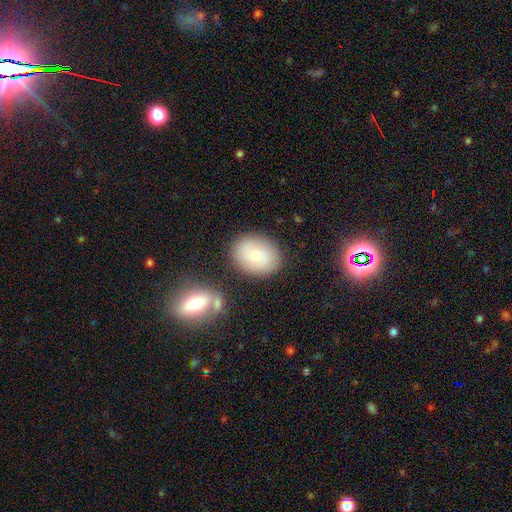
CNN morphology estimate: smooth_or_featured: smooth (p=0.72) [alt: featured or disk p=0.20]
how_rounded: in between (p=0.65) [alt: round p=0.34]
merging: none (p=0.76) [alt: minor disturbance p=0.13]